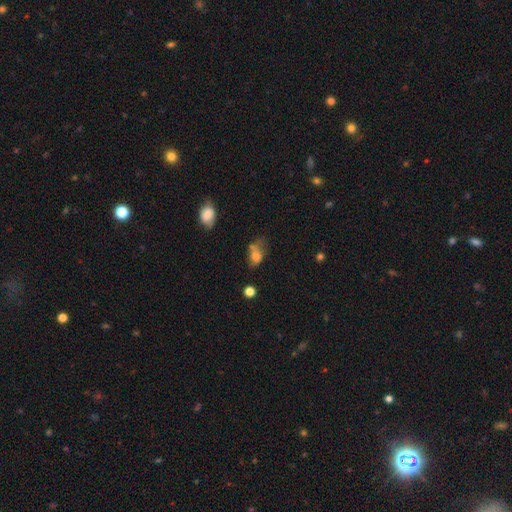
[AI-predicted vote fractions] Overall: smooth (67%). How rounded: in between (77%). Merging: none (29%; minor disturbance 27%).